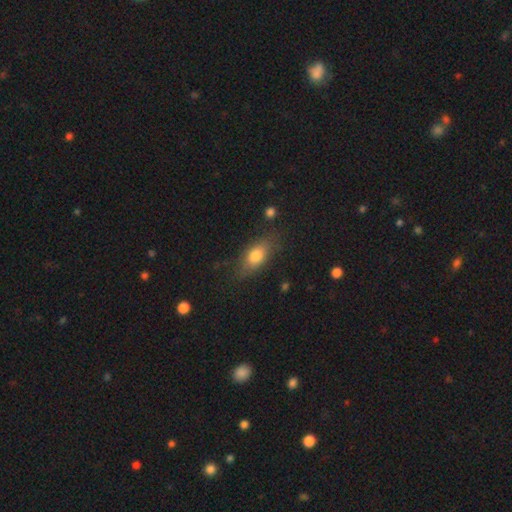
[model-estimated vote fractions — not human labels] The model was most divided on "merging": none: 74%, minor disturbance: 17%, major disturbance: 6%, merger: 2%. More confident: how rounded — in between (80%); smooth or featured — smooth (75%).